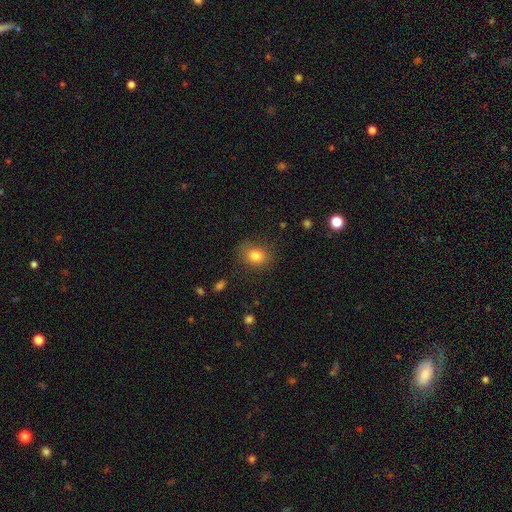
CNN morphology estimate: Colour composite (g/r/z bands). It shows a smooth galaxy with no disk features (80%) that is round (56%). Merging: none (79%).